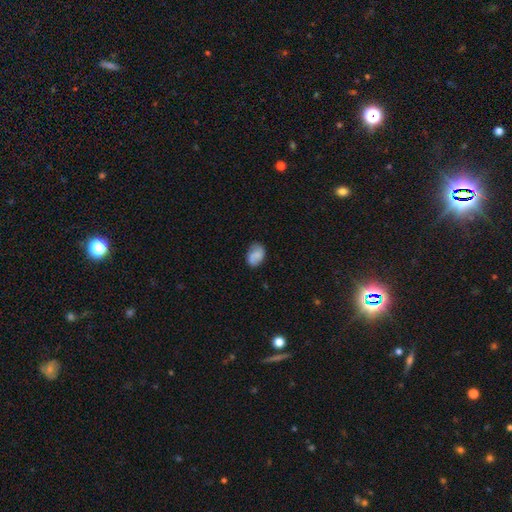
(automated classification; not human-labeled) smooth_or_featured: smooth (p=0.68) [alt: featured or disk p=0.23]
how_rounded: in between (p=0.78) [alt: round p=0.20]
merging: none (p=0.70) [alt: minor disturbance p=0.22]